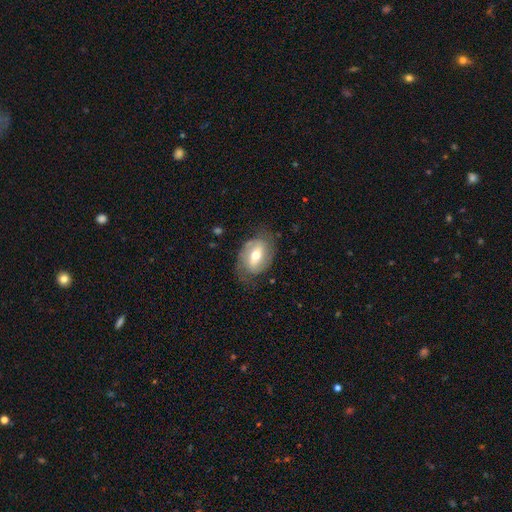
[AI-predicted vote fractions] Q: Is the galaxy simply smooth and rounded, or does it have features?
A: featured or disk — 67%.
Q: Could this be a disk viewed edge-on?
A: no — 94%.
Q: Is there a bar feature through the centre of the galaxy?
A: weak — 39%.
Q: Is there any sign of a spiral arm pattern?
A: yes — 80%.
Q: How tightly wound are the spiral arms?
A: medium — 42%.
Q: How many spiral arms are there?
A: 2 — 79%.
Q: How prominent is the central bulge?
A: moderate — 69%.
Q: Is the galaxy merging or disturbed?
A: none — 71%.